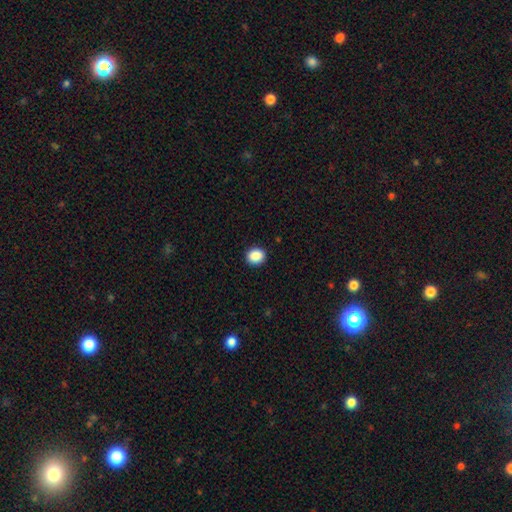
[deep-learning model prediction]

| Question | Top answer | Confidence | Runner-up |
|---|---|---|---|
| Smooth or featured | smooth | 88% | star or artifact (9%) |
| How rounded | round | 67% | in between (32%) |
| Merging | none | 91% | minor disturbance (6%) |